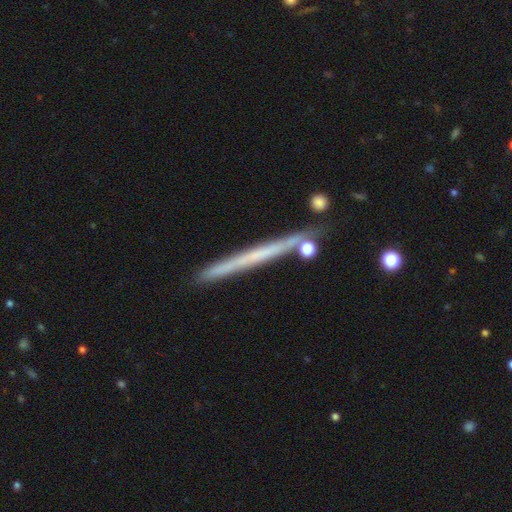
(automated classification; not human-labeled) Q: Smooth or featured?
A: featured or disk (54%); runner-up: smooth (38%)
Q: Edge-on disk?
A: yes (96%); runner-up: no (4%)
Q: Edge-on bulge?
A: none (91%); runner-up: rounded (6%)
Q: Merging?
A: none (86%); runner-up: minor disturbance (9%)